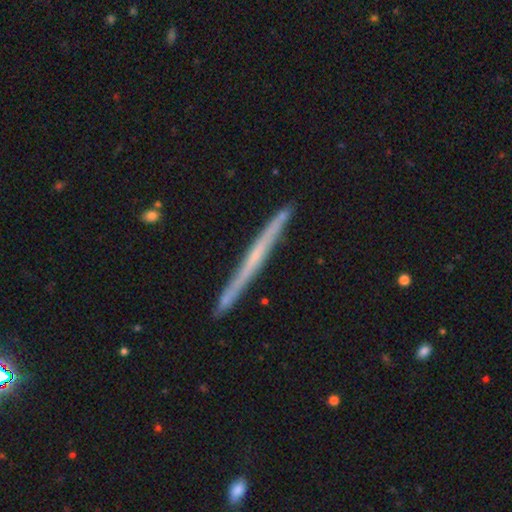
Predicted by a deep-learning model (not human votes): smooth-or-featured: featured or disk: 63% | smooth: 30% | star or artifact: 7%
  disk-edge-on: yes: 97% | no: 3%
    edge-on-bulge: none: 79% | rounded: 16% | boxy: 5%
  merging: none: 89% | minor disturbance: 8% | merger: 1% | major disturbance: 1%